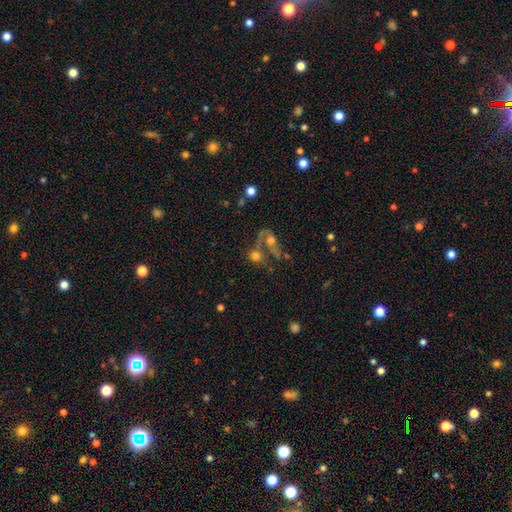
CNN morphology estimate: smooth_or_featured: smooth (p=0.58) [alt: featured or disk p=0.28]
how_rounded: round (p=0.66) [alt: in between p=0.32]
merging: merger (p=0.59) [alt: none p=0.21]